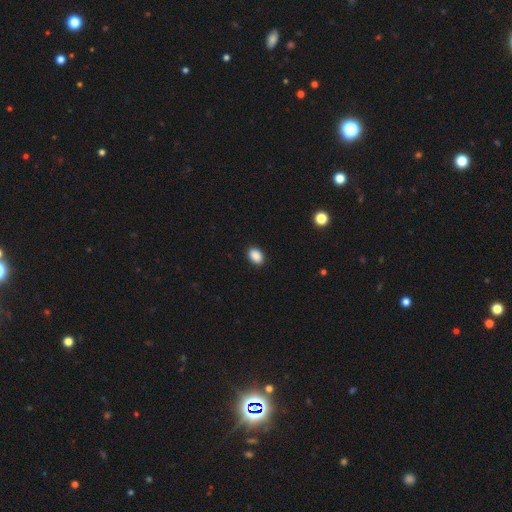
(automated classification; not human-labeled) Smooth or featured? smooth (89%)
How rounded? in between (79%)
Merging? none (90%)